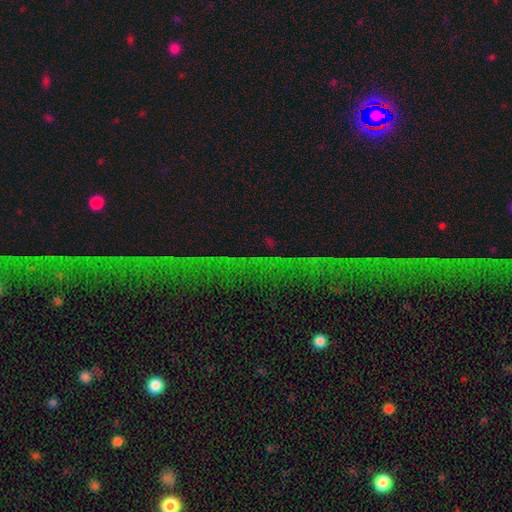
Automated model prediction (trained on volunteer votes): A star or artifact, not a galaxy (76%).